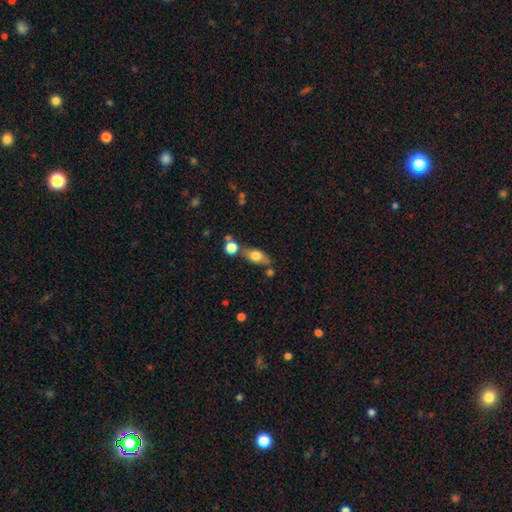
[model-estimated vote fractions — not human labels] The model was most divided on "smooth or featured": smooth: 67%, featured or disk: 24%, star or artifact: 9%. More confident: how rounded — in between (74%); merging — none (61%).